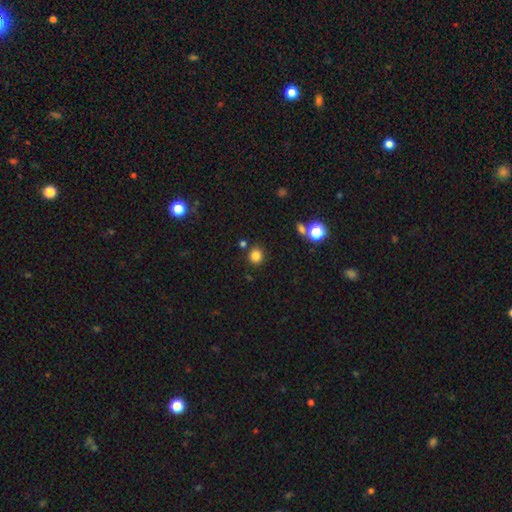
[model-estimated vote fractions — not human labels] Smooth or featured? Predicted: smooth (p=0.83). How rounded? Predicted: round (p=0.87). Merging? Predicted: none (p=0.85).